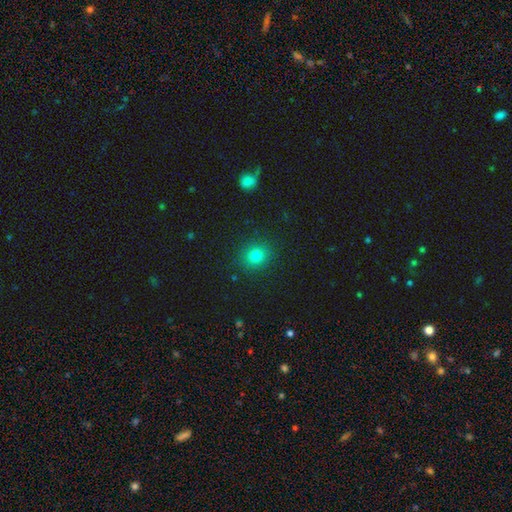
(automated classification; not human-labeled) Morphology: type=smooth (79%); roundness=round (77%); merging=none (89%).